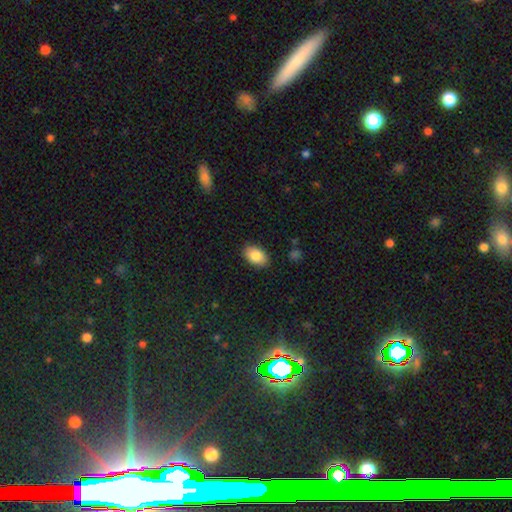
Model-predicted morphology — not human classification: Q: Smooth or featured?
A: smooth (85%); runner-up: featured or disk (8%)
Q: How rounded?
A: in between (89%); runner-up: round (10%)
Q: Merging?
A: none (88%); runner-up: minor disturbance (9%)